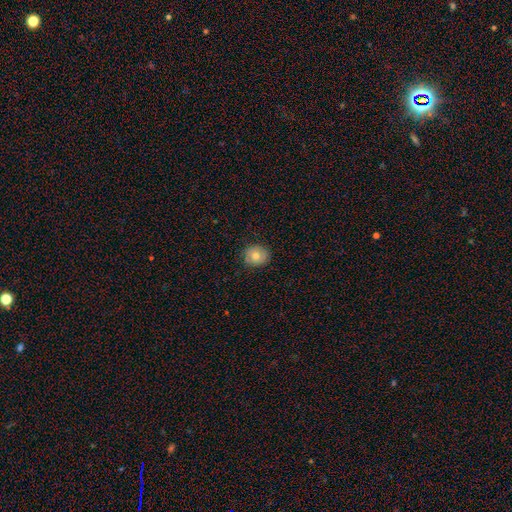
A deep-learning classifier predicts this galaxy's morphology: The model was most divided on "how rounded": round: 70%, in between: 29%, cigar-shaped: 1%. More confident: merging — none (84%); smooth or featured — smooth (72%).